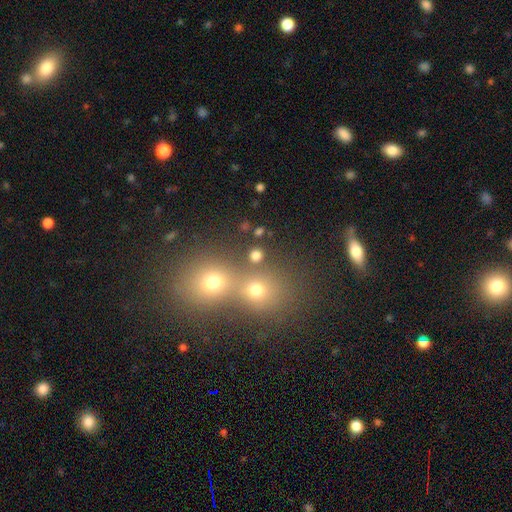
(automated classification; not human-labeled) Smooth or featured?
  - smooth: 75% *
  - star or artifact: 17%
  - featured or disk: 8%
How rounded?
  - round: 83% *
  - in between: 16%
  - cigar-shaped: 1%
Merging?
  - none: 56% *
  - merger: 34%
  - minor disturbance: 6%
  - major disturbance: 4%